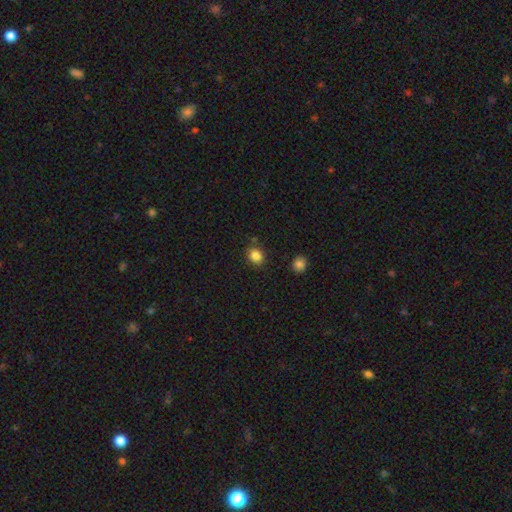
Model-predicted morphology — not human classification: Smooth or featured? smooth (85%)
How rounded? round (60%)
Merging? none (82%)